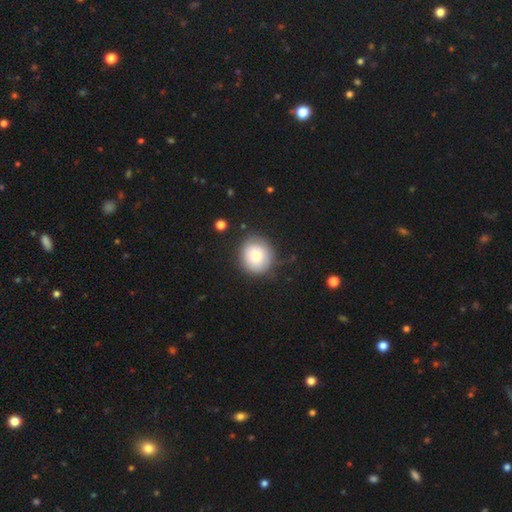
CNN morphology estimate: Overall: smooth (76%). How rounded: round (83%). Merging: none (76%).